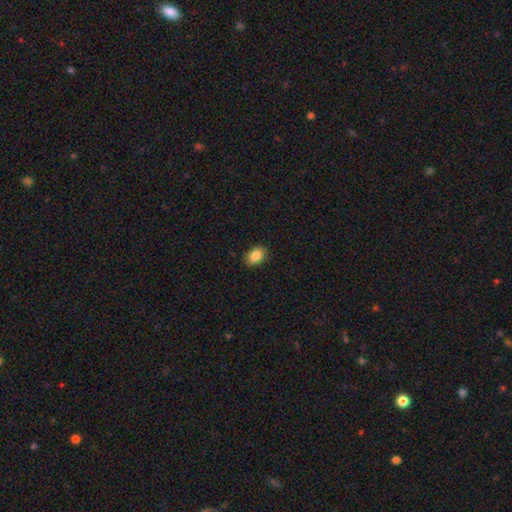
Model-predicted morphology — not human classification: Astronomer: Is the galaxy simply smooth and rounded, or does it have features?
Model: smooth — 87%.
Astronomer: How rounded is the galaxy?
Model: in between — 79%.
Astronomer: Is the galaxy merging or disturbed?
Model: none — 86%.